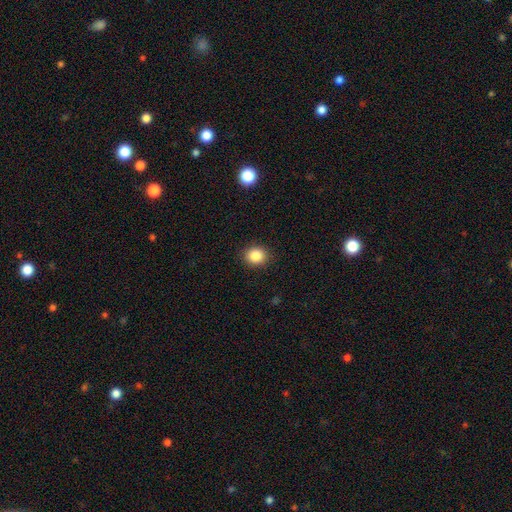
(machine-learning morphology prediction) Smooth or featured? Predicted: smooth (p=0.85). How rounded? Predicted: round (p=0.77). Merging? Predicted: none (p=0.90).